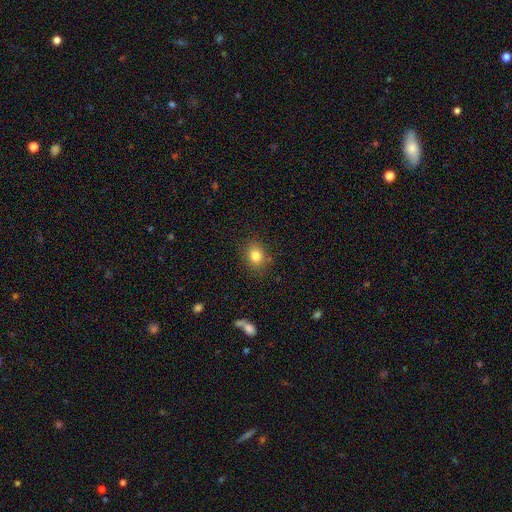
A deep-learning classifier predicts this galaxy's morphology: This is clearly a smooth galaxy (82%). How rounded: possibly round (56%). Merging: clearly none (83%).